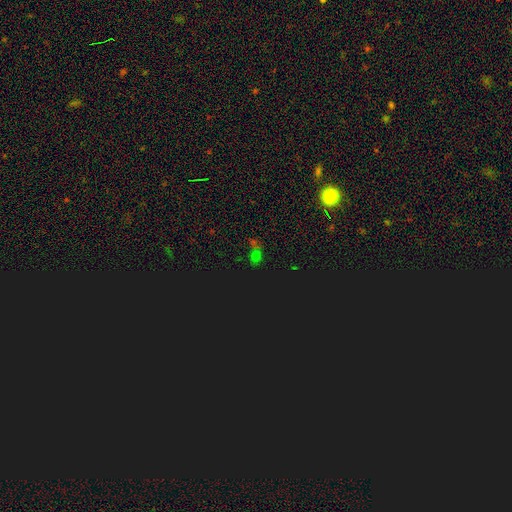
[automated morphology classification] Smooth or featured?
  - star or artifact: 53% *
  - smooth: 37%
  - featured or disk: 10%